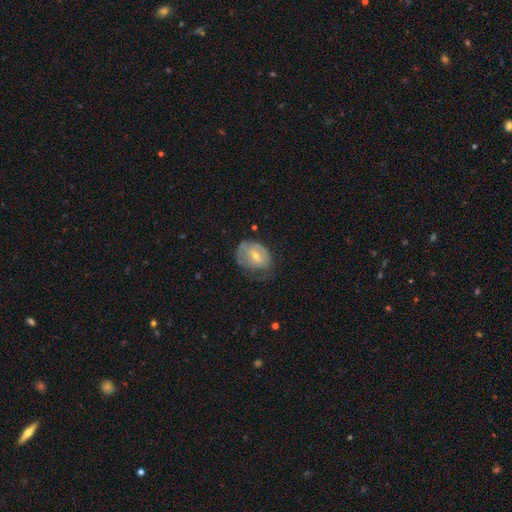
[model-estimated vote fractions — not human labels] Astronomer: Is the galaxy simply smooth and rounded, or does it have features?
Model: featured or disk — 60%.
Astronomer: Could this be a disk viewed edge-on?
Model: no — 96%.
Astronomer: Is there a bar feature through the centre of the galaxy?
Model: no — 49% (runner-up: weak, 39%).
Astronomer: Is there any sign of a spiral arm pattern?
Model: yes — 62% (runner-up: no, 38%).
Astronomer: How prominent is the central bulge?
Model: small — 49% (runner-up: moderate, 47%).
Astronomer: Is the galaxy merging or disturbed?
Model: none — 50% (runner-up: minor disturbance, 30%).